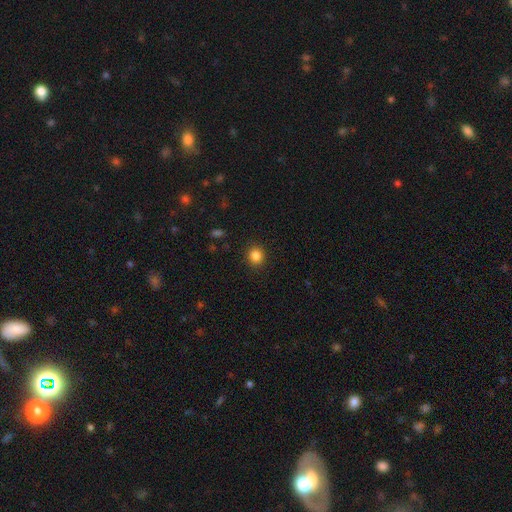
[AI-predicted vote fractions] A smooth galaxy with no disk features (85%) that is round (84%).

Vote fractions:
- Smooth or featured? smooth: 85% / star or artifact: 11% / featured or disk: 4%
- How rounded? round: 84% / in between: 15% / cigar-shaped: 1%
- Merging? none: 91% / minor disturbance: 6% / major disturbance: 2% / merger: 1%